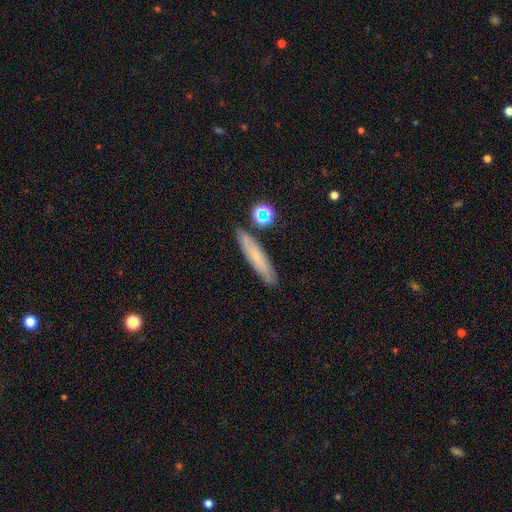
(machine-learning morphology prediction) Overall: smooth (62%; featured or disk 29%). How rounded: cigar-shaped (85%). Merging: none (82%).